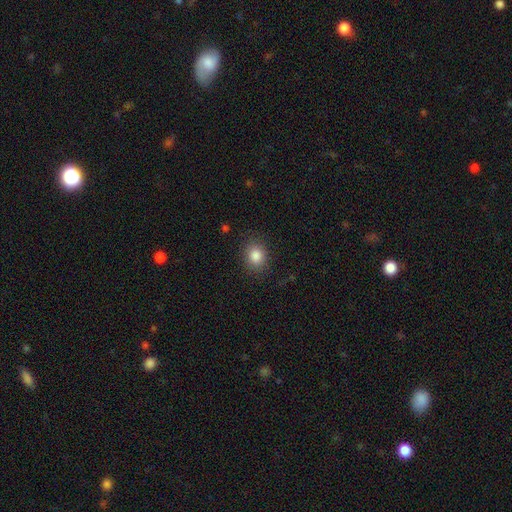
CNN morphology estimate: Smooth or featured? Predicted: smooth (p=0.85). How rounded? Predicted: round (p=0.61). Merging? Predicted: none (p=0.85).